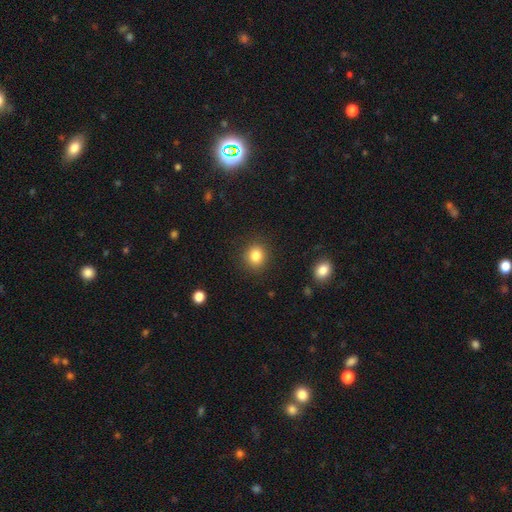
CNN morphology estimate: Overall: smooth (83%). How rounded: round (84%). Merging: none (89%).